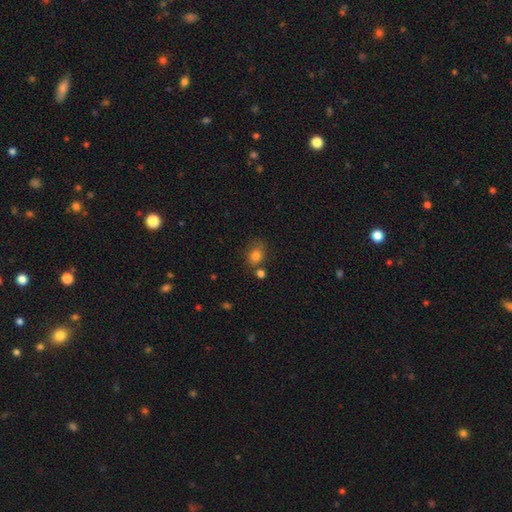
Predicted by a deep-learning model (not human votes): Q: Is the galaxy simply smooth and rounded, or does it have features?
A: smooth — 80%.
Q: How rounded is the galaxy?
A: in between — 56%.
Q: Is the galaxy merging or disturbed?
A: none — 59%.